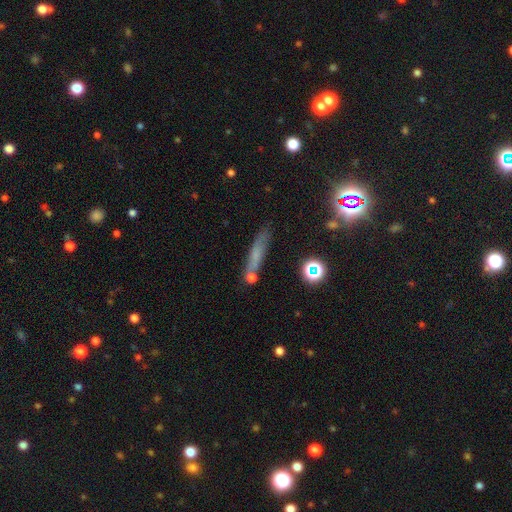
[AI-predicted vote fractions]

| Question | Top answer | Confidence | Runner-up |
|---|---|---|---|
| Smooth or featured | smooth | 56% | featured or disk (26%) |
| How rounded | cigar-shaped | 82% | in between (13%) |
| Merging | none | 69% | minor disturbance (17%) |